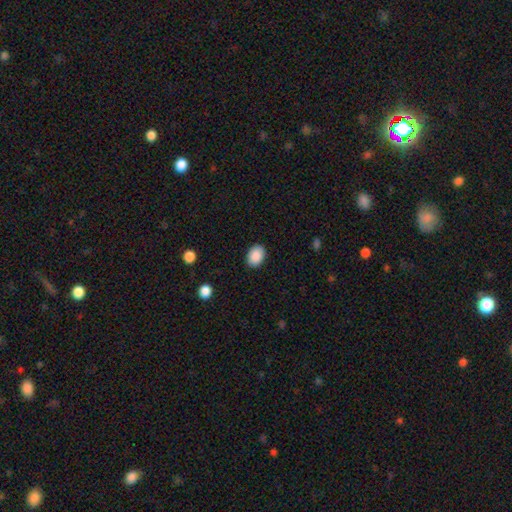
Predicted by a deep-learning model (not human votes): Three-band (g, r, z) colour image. It shows a smooth galaxy with no disk features (90%) that is in between round and cigar-shaped (78%). Merging: none (89%).